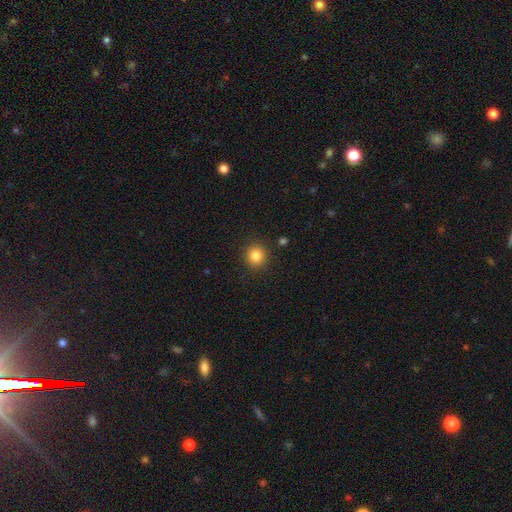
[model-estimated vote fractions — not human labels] A smooth galaxy with no disk features (84%) that is round (91%).

Vote fractions:
- Smooth or featured? smooth: 84% / star or artifact: 11% / featured or disk: 5%
- How rounded? round: 91% / in between: 8% / cigar-shaped: 1%
- Merging? none: 90% / minor disturbance: 6% / major disturbance: 2% / merger: 2%